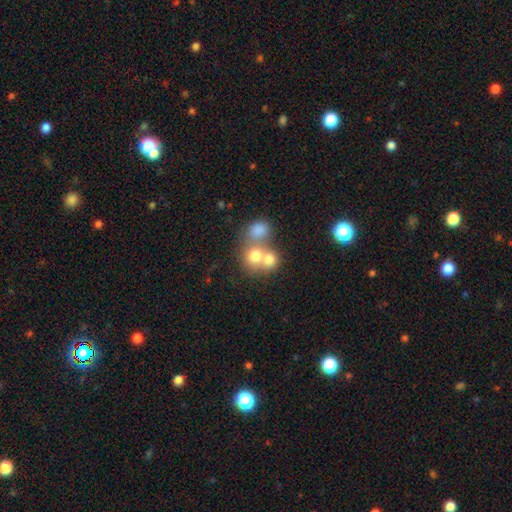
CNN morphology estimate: Q: Smooth or featured?
A: smooth (70%); runner-up: featured or disk (17%)
Q: How rounded?
A: round (77%); runner-up: in between (22%)
Q: Merging?
A: merger (59%); runner-up: none (32%)